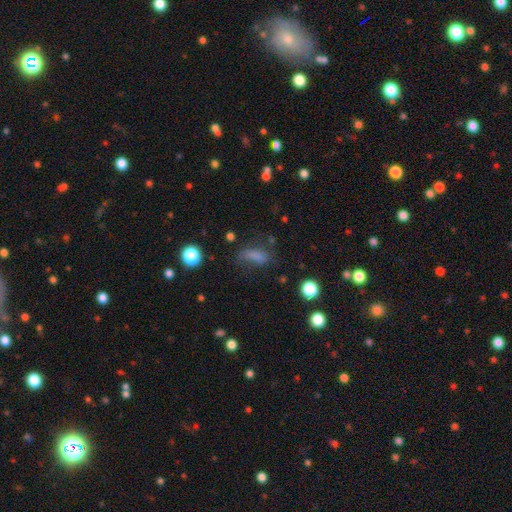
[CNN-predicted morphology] smooth-or-featured: smooth: 72% | star or artifact: 16% | featured or disk: 12%
  how-rounded: in between: 73% | cigar-shaped: 19% | round: 8%
  merging: none: 49% | minor disturbance: 26% | major disturbance: 21% | merger: 4%